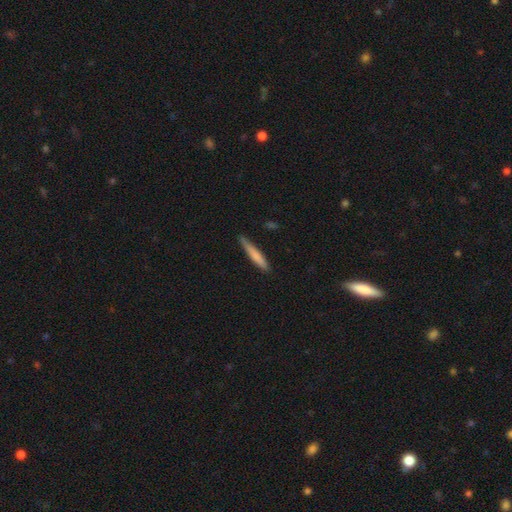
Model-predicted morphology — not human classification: A smooth galaxy with no disk features (75%) that is cigar-shaped (93%). Merging: none (78%).